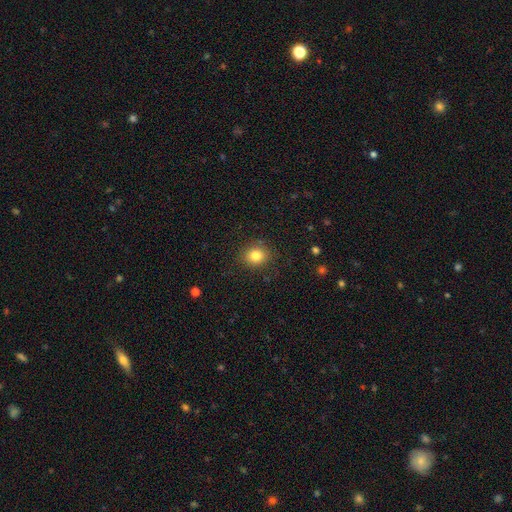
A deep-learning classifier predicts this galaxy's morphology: Smooth or featured?
  - smooth: 82% *
  - star or artifact: 11%
  - featured or disk: 7%
How rounded?
  - round: 72% *
  - in between: 27%
  - cigar-shaped: 1%
Merging?
  - none: 87% *
  - minor disturbance: 9%
  - major disturbance: 3%
  - merger: 1%